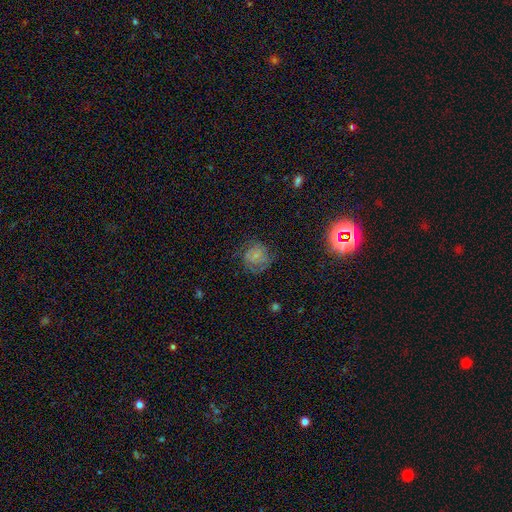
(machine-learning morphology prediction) Smooth or featured: smooth — 53% (featured or disk — 35%)
How rounded: round — 84% (in between — 15%)
Merging: none — 63% (minor disturbance — 22%)